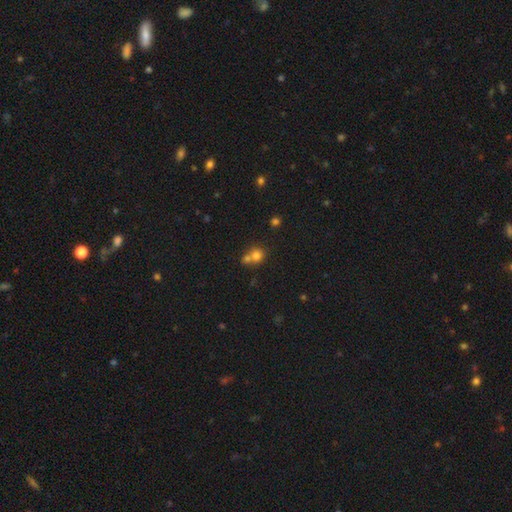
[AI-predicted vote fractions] Morphology: type=smooth (74%); roundness=round (83%); merging=merger (48%).